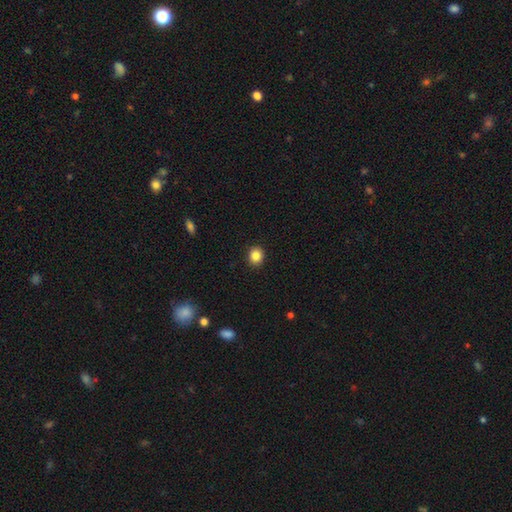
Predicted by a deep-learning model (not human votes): Overall: smooth (85%). How rounded: round (77%). Merging: none (91%).